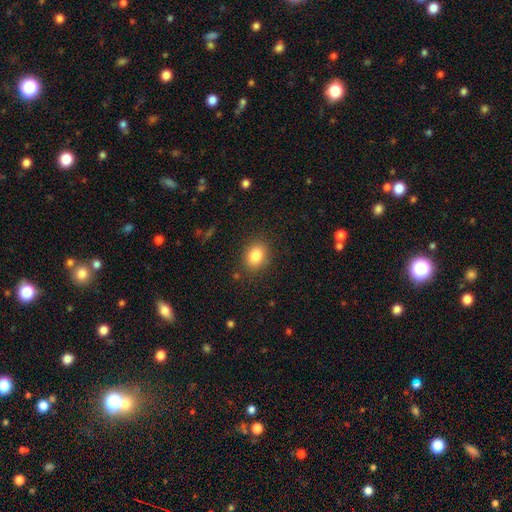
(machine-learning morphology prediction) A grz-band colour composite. It shows a smooth galaxy with no disk features (85%) that is in between round and cigar-shaped (58%). Merging: none (85%).